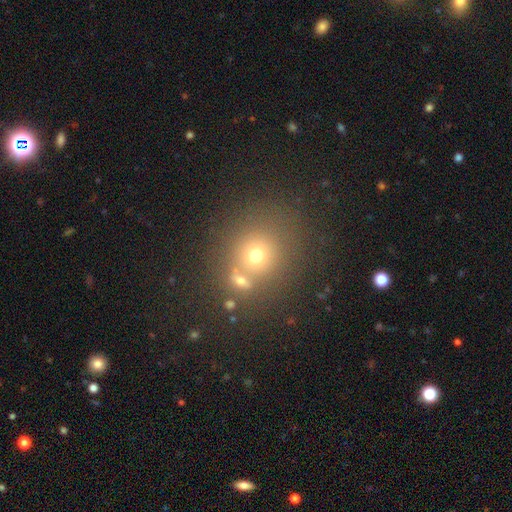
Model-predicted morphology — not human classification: Smooth or featured? Predicted: smooth (p=0.61). How rounded? Predicted: round (p=0.79). Merging? Predicted: none (p=0.55).